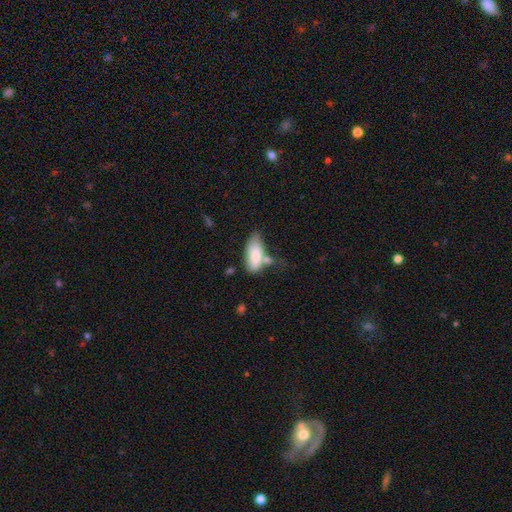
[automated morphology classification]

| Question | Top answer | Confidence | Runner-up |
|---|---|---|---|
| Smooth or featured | smooth | 81% | featured or disk (13%) |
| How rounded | in between | 84% | cigar-shaped (13%) |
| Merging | none | 43% | minor disturbance (26%) |